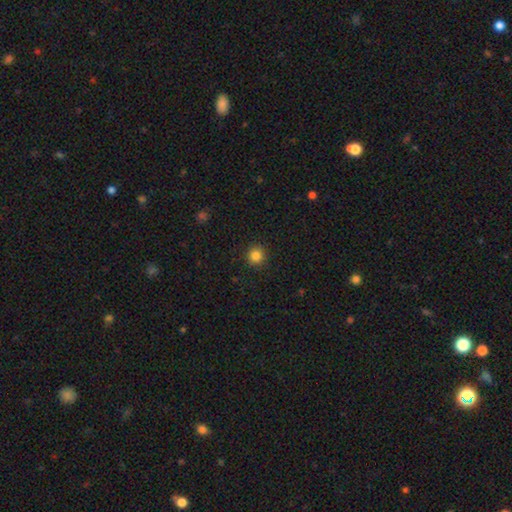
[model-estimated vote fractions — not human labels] A smooth galaxy with no disk features (84%) that is round (94%).

Vote fractions:
- Smooth or featured? smooth: 84% / star or artifact: 12% / featured or disk: 4%
- How rounded? round: 94% / in between: 5% / cigar-shaped: 1%
- Merging? none: 92% / minor disturbance: 5% / major disturbance: 2% / merger: 1%